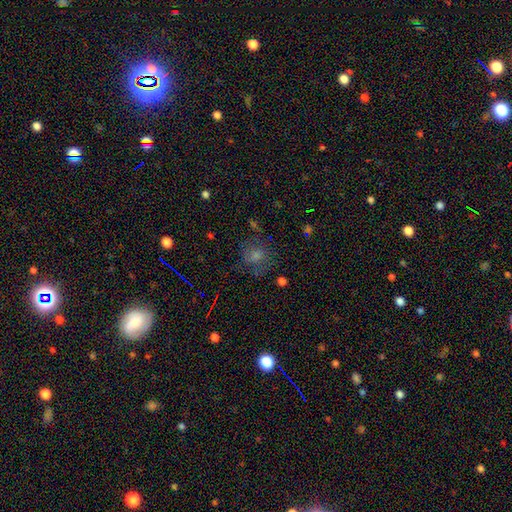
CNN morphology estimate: Smooth or featured? Predicted: smooth (p=0.61). How rounded? Predicted: round (p=0.72). Merging? Predicted: none (p=0.60).